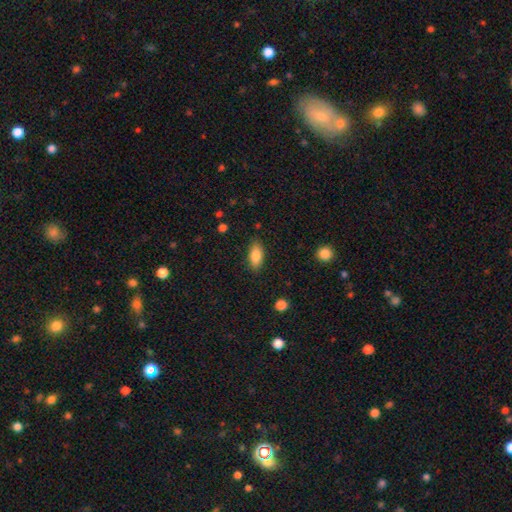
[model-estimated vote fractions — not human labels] Smooth or featured? smooth (86%)
How rounded? in between (89%)
Merging? none (84%)